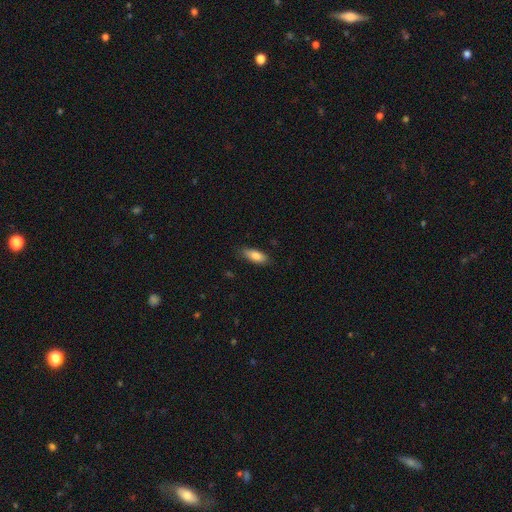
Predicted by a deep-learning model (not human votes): The model was most divided on "how rounded": in between: 73%, cigar-shaped: 25%, round: 2%. More confident: merging — none (83%); smooth or featured — smooth (82%).